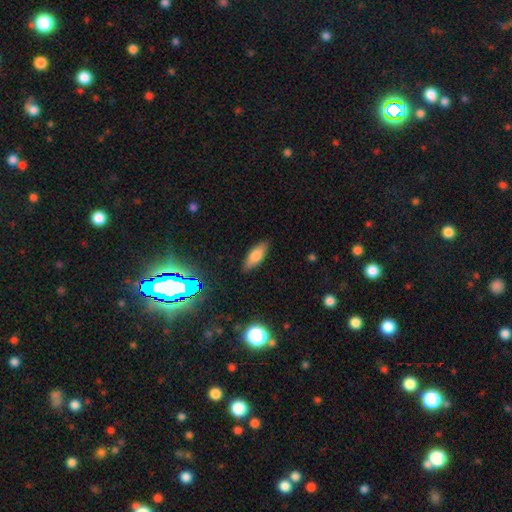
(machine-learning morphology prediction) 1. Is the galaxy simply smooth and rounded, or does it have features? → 74% smooth, 17% featured or disk, 9% star or artifact.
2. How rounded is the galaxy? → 71% in between, 26% cigar-shaped, 3% round.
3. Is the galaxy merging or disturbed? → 87% none, 10% minor disturbance, 2% major disturbance, 1% merger.